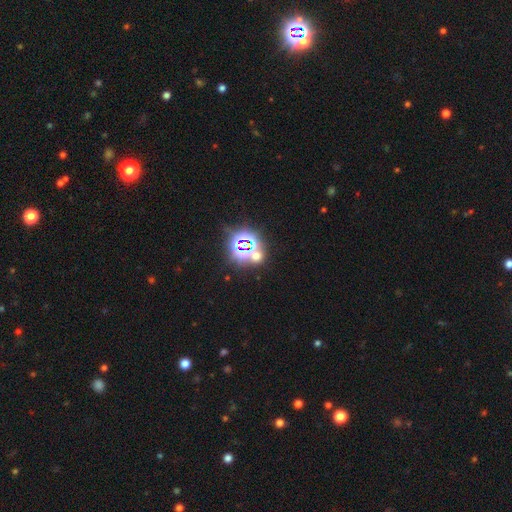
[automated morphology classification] star or artifact 63%, smooth 28%, featured or disk 9%.